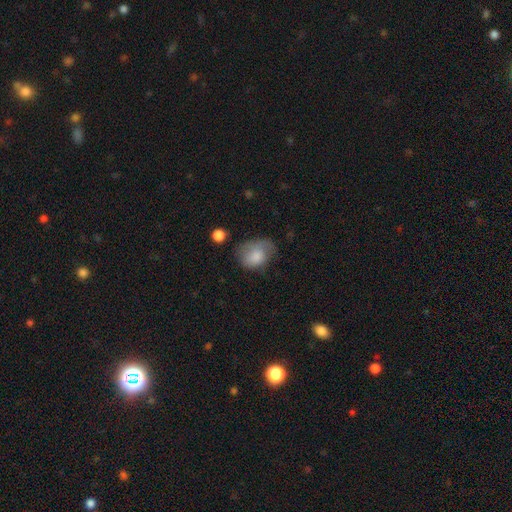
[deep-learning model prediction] A smooth galaxy with no disk features (75%) that is in between round and cigar-shaped (66%).

Vote fractions:
- Smooth or featured? smooth: 75% / featured or disk: 17% / star or artifact: 8%
- How rounded? in between: 66% / round: 33% / cigar-shaped: 1%
- Merging? none: 41% / minor disturbance: 35% / major disturbance: 21% / merger: 3%